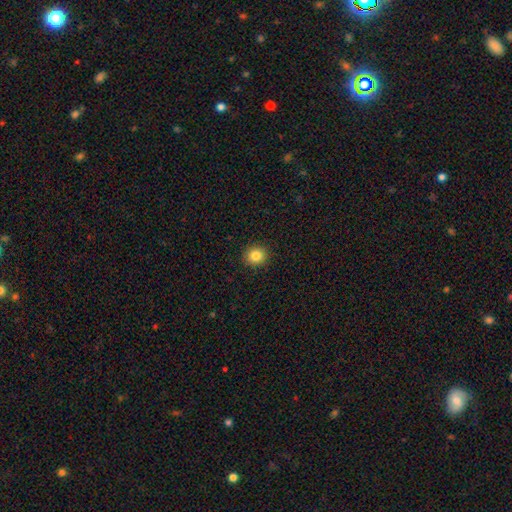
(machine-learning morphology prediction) Smooth or featured?
  - smooth: 84% *
  - star or artifact: 11%
  - featured or disk: 5%
How rounded?
  - round: 85% *
  - in between: 14%
  - cigar-shaped: 1%
Merging?
  - none: 91% *
  - minor disturbance: 6%
  - major disturbance: 2%
  - merger: 1%